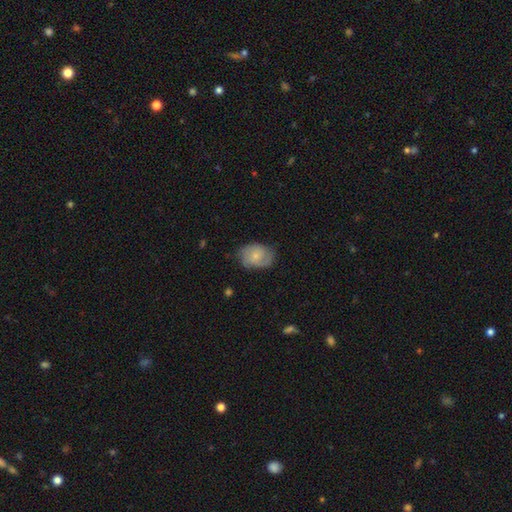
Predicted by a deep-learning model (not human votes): A smooth galaxy with no disk features (48%).

Vote fractions:
- Smooth or featured? smooth: 48% / featured or disk: 45% / star or artifact: 7%
- Merging? none: 64% / minor disturbance: 26% / major disturbance: 9% / merger: 1%